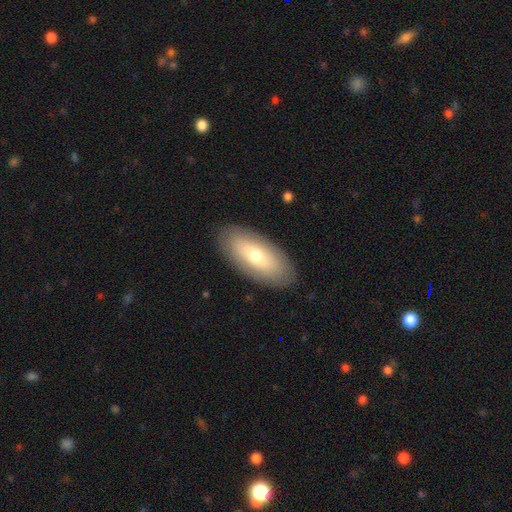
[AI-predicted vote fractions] smooth 63%, featured or disk 30%, star or artifact 7%. Down the decision tree: how rounded — in between (88%); merging — none (87%).